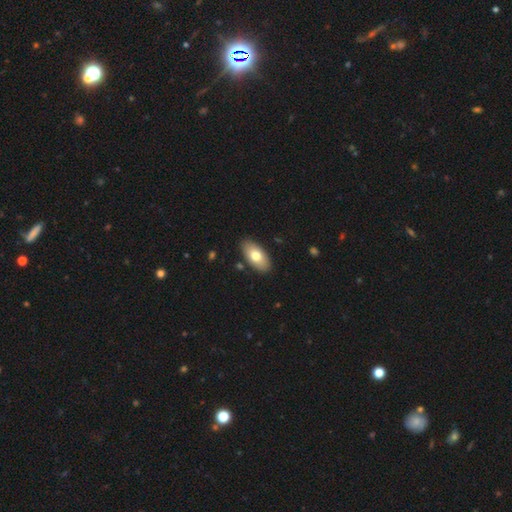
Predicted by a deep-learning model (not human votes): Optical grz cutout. It shows a smooth galaxy with no disk features (72%) that is in between round and cigar-shaped (93%). Merging: none (88%).